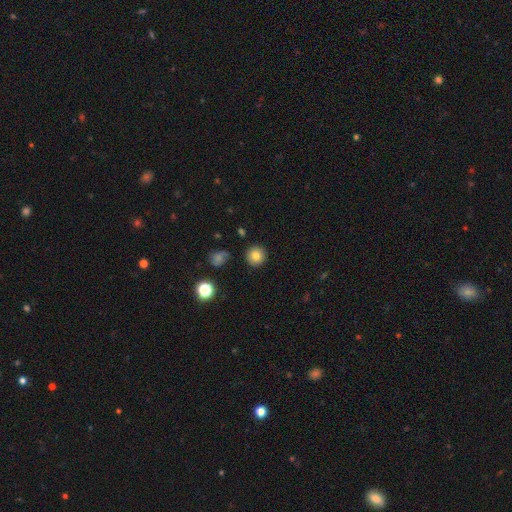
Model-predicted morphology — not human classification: smooth 81%, star or artifact 11%, featured or disk 8%. Down the decision tree: how rounded — round (94%); merging — none (89%).